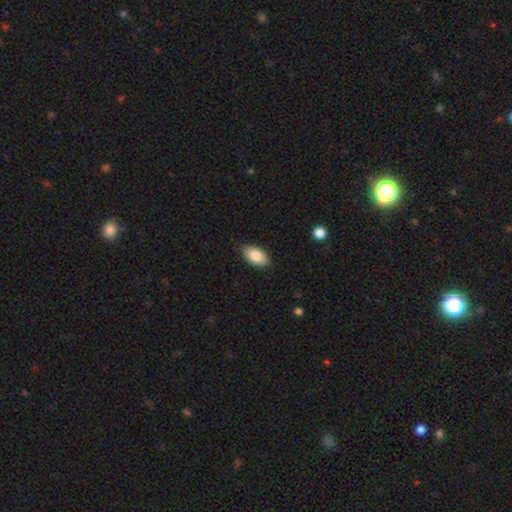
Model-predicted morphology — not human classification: The model was most divided on "merging": none: 85%, minor disturbance: 12%, major disturbance: 2%, merger: 1%. More confident: how rounded — in between (95%); smooth or featured — smooth (85%).